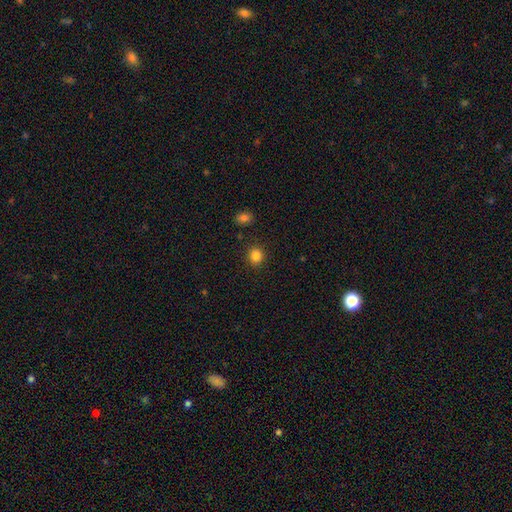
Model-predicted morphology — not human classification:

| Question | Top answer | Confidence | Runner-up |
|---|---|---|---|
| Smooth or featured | smooth | 84% | star or artifact (11%) |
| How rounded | round | 82% | in between (17%) |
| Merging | none | 88% | minor disturbance (7%) |